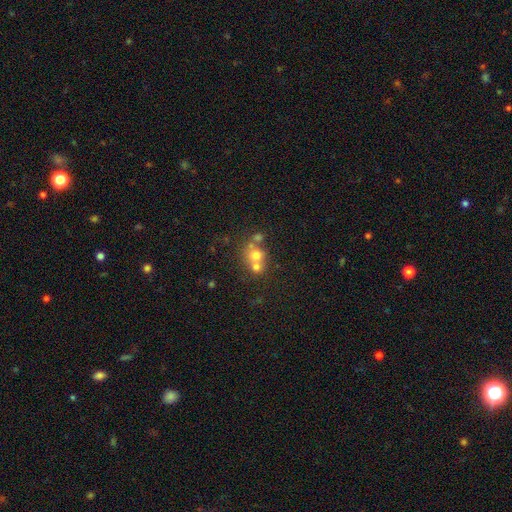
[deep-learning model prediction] Smooth or featured: smooth — 63% (featured or disk — 21%)
How rounded: round — 80% (in between — 19%)
Merging: merger — 52% (none — 38%)